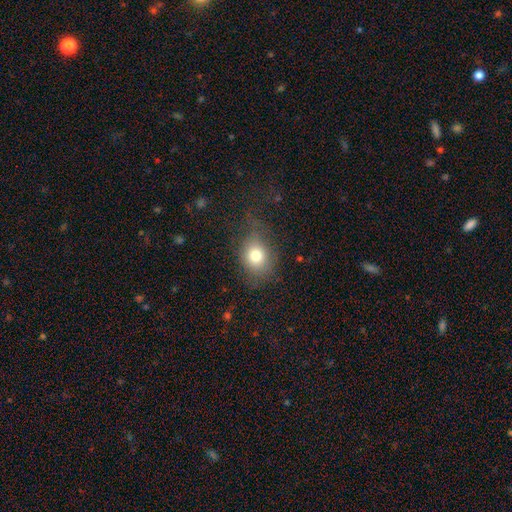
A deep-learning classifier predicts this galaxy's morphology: Smooth or featured?
  - smooth: 77% *
  - featured or disk: 12%
  - star or artifact: 11%
How rounded?
  - round: 54% *
  - in between: 45%
  - cigar-shaped: 1%
Merging?
  - none: 60% *
  - minor disturbance: 23%
  - major disturbance: 16%
  - merger: 2%